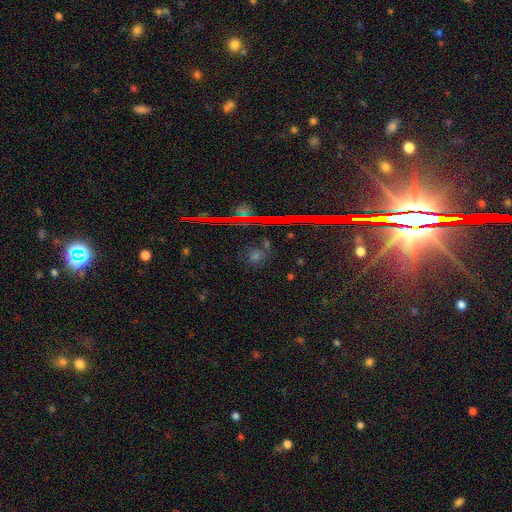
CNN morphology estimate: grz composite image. It shows a star or artifact, not a galaxy (52%).